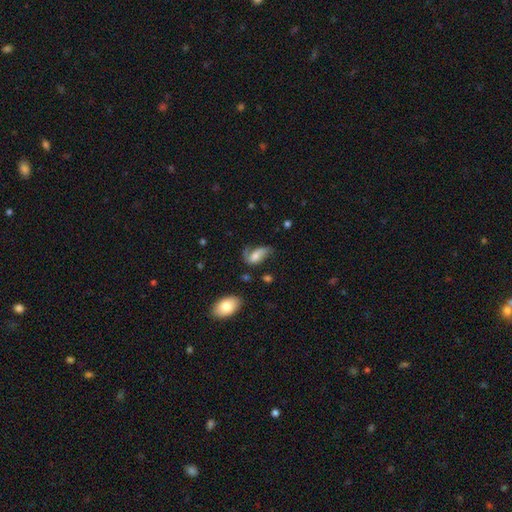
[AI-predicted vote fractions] Smooth or featured? featured or disk (46%)
Merging? none (34%)